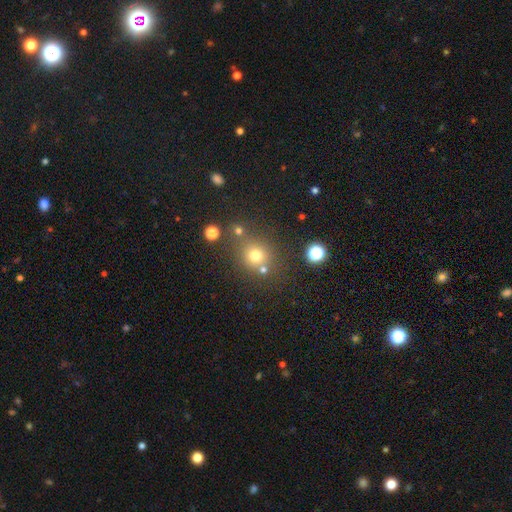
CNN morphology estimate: A smooth galaxy with no disk features (71%) that is round (87%).

Vote fractions:
- Smooth or featured? smooth: 71% / star or artifact: 20% / featured or disk: 9%
- How rounded? round: 87% / in between: 12% / cigar-shaped: 1%
- Merging? none: 71% / merger: 13% / minor disturbance: 11% / major disturbance: 5%